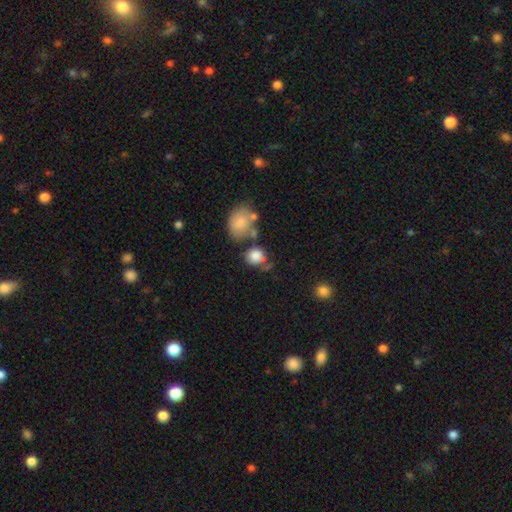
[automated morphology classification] This is likely a smooth galaxy (79%). How rounded: likely round (69%). Merging: marginally none (45%).